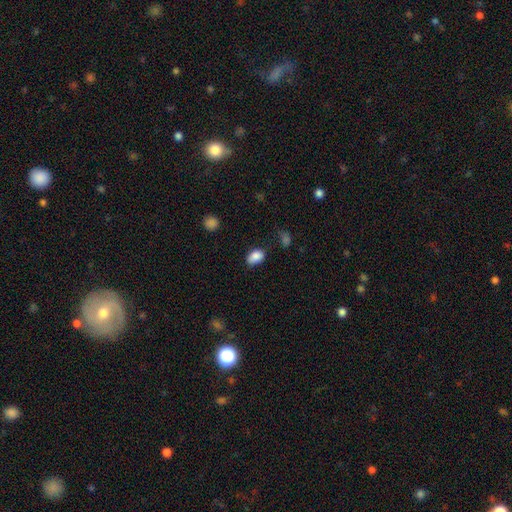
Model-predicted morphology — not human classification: This is clearly a smooth galaxy (87%). How rounded: clearly in between (84%). Merging: likely none (70%).